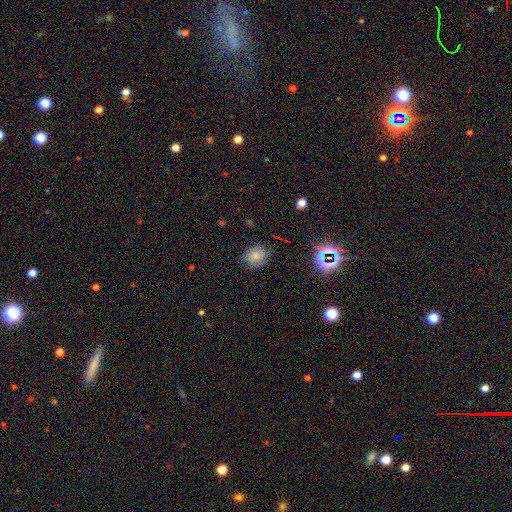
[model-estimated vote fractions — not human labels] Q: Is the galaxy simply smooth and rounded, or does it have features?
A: smooth — 71%.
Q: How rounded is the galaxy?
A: round — 59%.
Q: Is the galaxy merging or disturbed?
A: none — 75%.